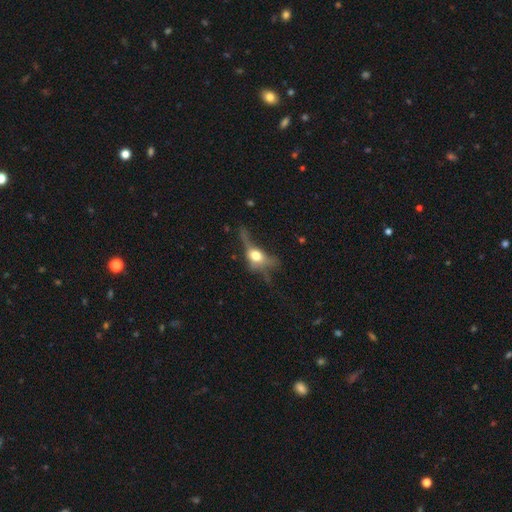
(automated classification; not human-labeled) Smooth or featured: smooth — 46% (featured or disk — 41%)
Merging: major disturbance — 48% (none — 26%)